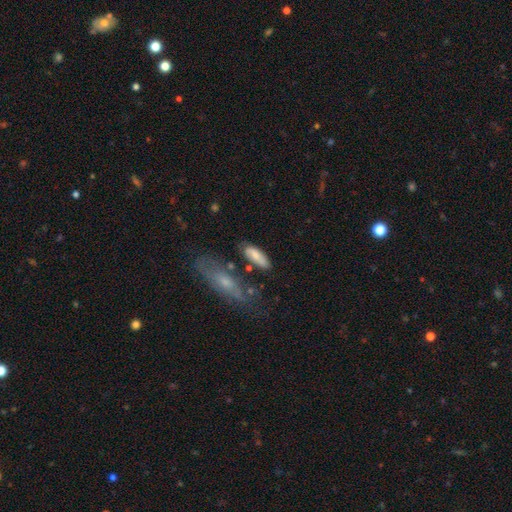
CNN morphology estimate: Q: Smooth or featured?
A: smooth (72%); runner-up: featured or disk (21%)
Q: How rounded?
A: in between (67%); runner-up: cigar-shaped (31%)
Q: Merging?
A: none (64%); runner-up: minor disturbance (21%)